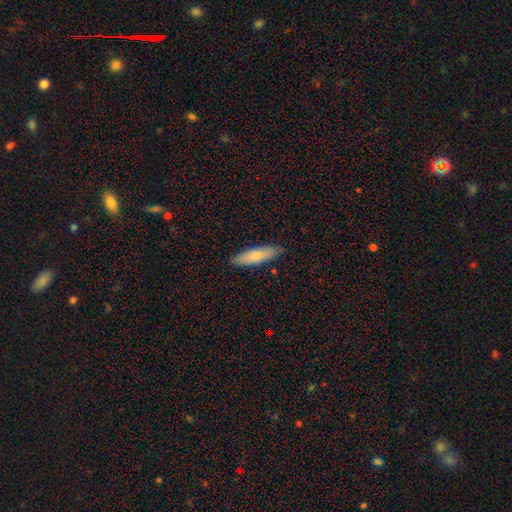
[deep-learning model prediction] Overall: smooth (78%). How rounded: cigar-shaped (66%; in between 32%). Merging: none (87%).